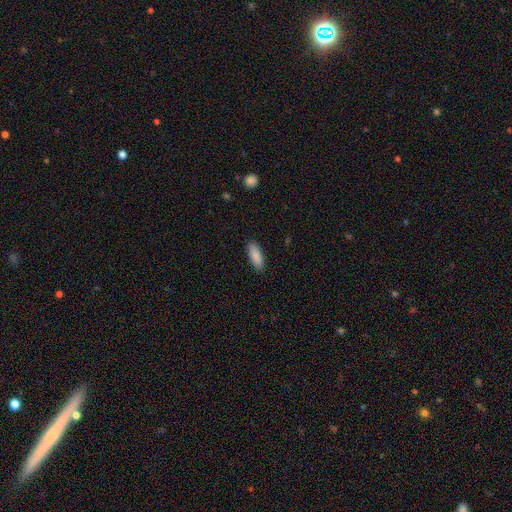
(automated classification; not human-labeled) The model was most divided on "how rounded": in between: 69%, cigar-shaped: 29%, round: 2%. More confident: merging — none (89%); smooth or featured — smooth (89%).